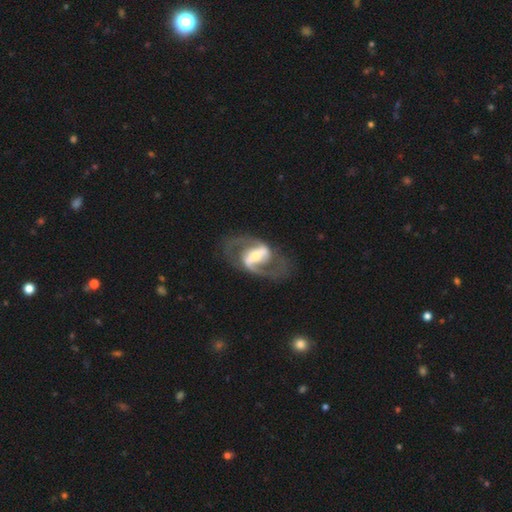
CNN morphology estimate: smooth-or-featured: featured or disk: 88% | smooth: 7% | star or artifact: 5%
  disk-edge-on: no: 97% | yes: 3%
    bar: strong: 64% | weak: 26% | no: 9%
    has-spiral-arms: yes: 94% | no: 6%
      spiral-winding: medium: 55% | loose: 29% | tight: 15%
      spiral-arm-count: 2: 91% | can't tell: 3% | 1: 3% | 3: 1% | 4: 1% | more than 4: 1%
    bulge-size: moderate: 41% | small: 32% | large: 19% | none: 6% | dominant: 3%
  merging: none: 71% | minor disturbance: 14% | major disturbance: 13% | merger: 2%